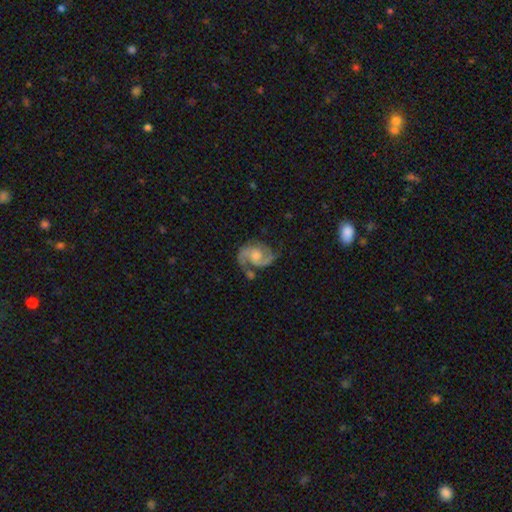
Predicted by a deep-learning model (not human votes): Morphology: type=featured or disk (89%); edge-on=no (98%); bar=no (60%); spiral arms=yes (97%); winding=medium (57%); arm count=2 (90%); bulge=moderate (53%); merging=none (68%).